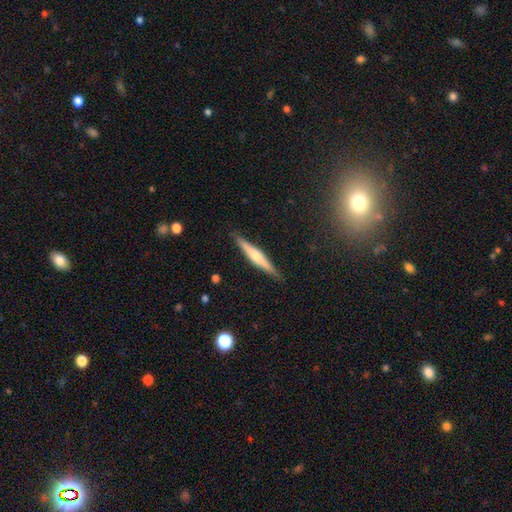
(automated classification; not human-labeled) A featured or disk galaxy (60%) viewed edge-on (96%) with a rounded central bulge (80%).

Vote fractions:
- Smooth or featured? featured or disk: 60% / smooth: 33% / star or artifact: 7%
- Edge-on disk? yes: 96% / no: 4%
- Edge-on bulge? rounded: 80% / none: 11% / boxy: 9%
- Merging? none: 89% / minor disturbance: 8% / major disturbance: 2% / merger: 1%